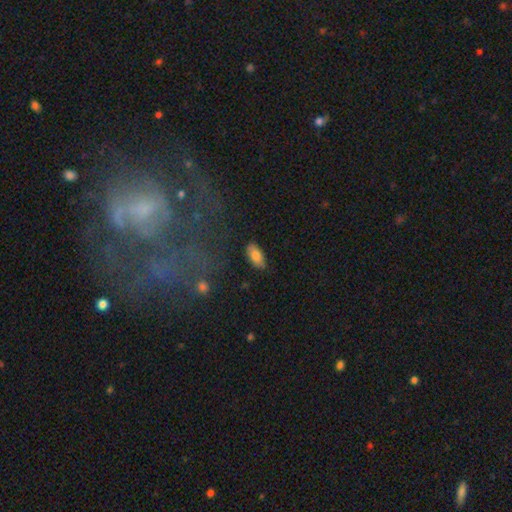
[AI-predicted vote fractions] smooth 80%, featured or disk 13%, star or artifact 8%. Down the decision tree: how rounded — in between (91%); merging — none (85%).